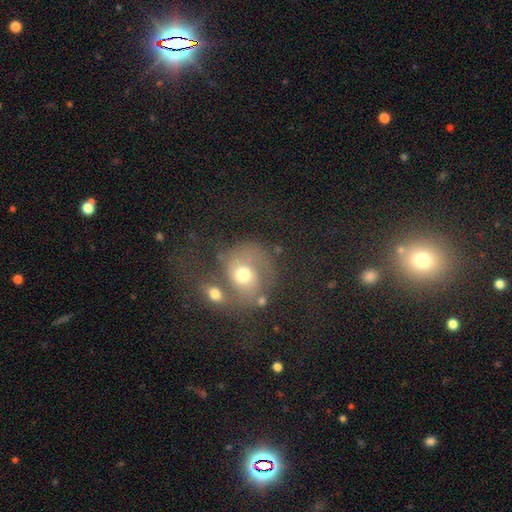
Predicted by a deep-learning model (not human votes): Smooth or featured? featured or disk (56%)
Edge-on disk? no (97%)
Bar? no (74%)
Spiral arms? yes (73%)
Bulge size? moderate (69%)
Merging? none (39%)